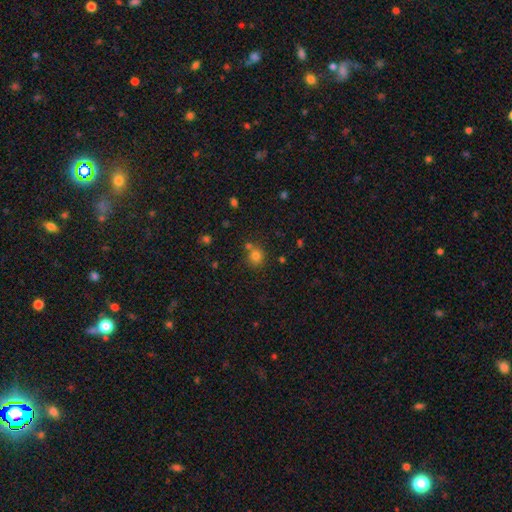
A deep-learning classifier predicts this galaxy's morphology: Smooth or featured?
  - smooth: 77% *
  - star or artifact: 15%
  - featured or disk: 7%
How rounded?
  - round: 86% *
  - in between: 13%
  - cigar-shaped: 1%
Merging?
  - none: 65% *
  - merger: 23%
  - minor disturbance: 9%
  - major disturbance: 3%